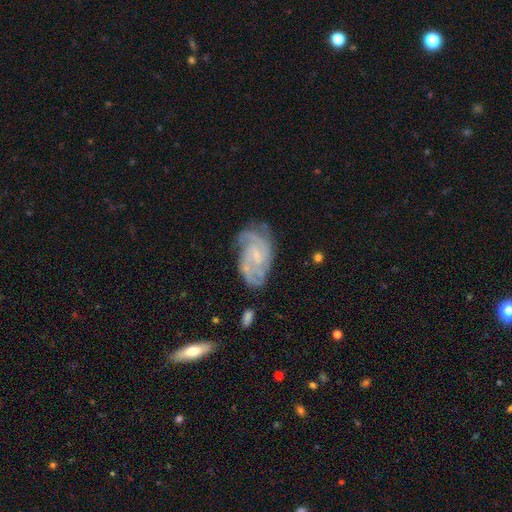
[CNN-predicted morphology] Overall: featured or disk (87%). Edge-on disk: no (97%). Bar: no (51%; weak 41%). Spiral arms: yes (97%). Spiral arm count: 2 (37%; 3 28%). Spiral winding: tight (52%; medium 39%). Bulge size: small (71%). Merging: none (67%).